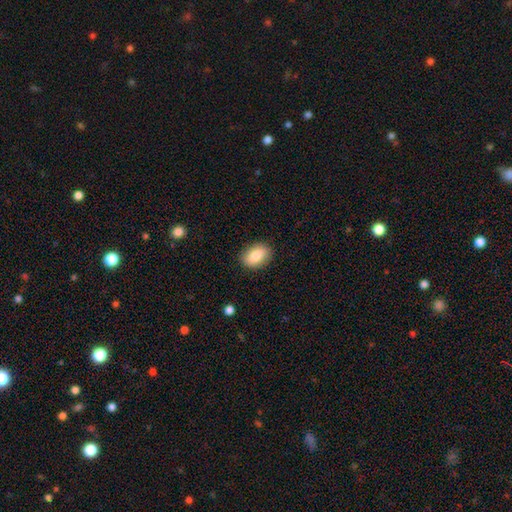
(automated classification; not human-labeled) Smooth or featured: smooth — 84% (featured or disk — 9%)
How rounded: in between — 84% (round — 14%)
Merging: none — 88% (minor disturbance — 9%)